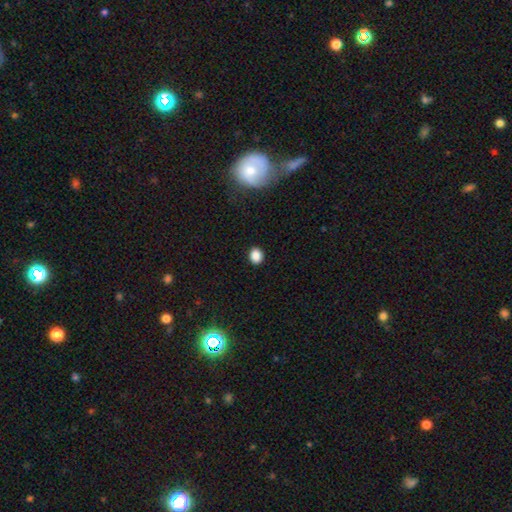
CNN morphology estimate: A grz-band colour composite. It shows a smooth galaxy with no disk features (87%) that is round (62%). Merging: none (91%).